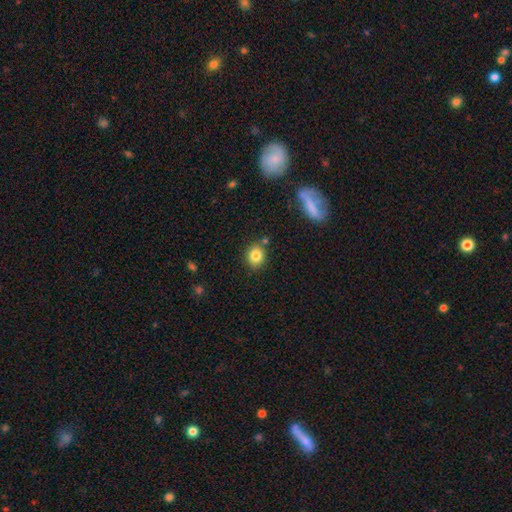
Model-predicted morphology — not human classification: The model was most divided on "how rounded": round: 71%, in between: 28%, cigar-shaped: 1%. More confident: smooth or featured — smooth (83%); merging — none (81%).